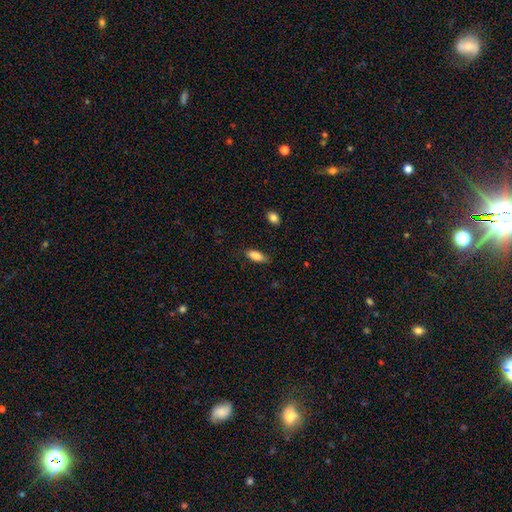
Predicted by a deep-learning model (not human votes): The model was most divided on "how rounded": in between: 77%, cigar-shaped: 21%, round: 2%. More confident: smooth or featured — smooth (84%); merging — none (78%).